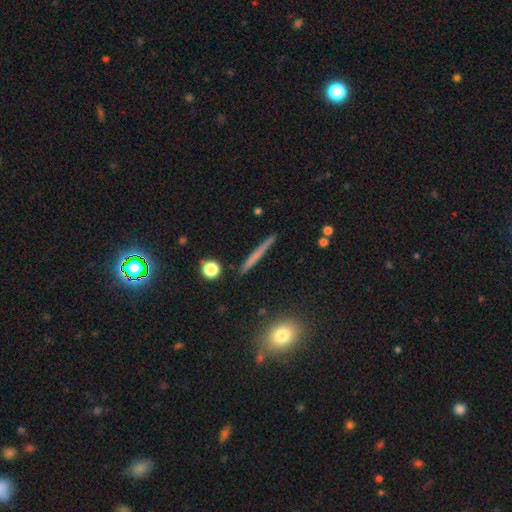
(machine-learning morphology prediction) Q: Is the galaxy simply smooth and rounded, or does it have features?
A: smooth — 55%.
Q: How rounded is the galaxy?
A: cigar-shaped — 94%.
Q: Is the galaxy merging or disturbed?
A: none — 91%.